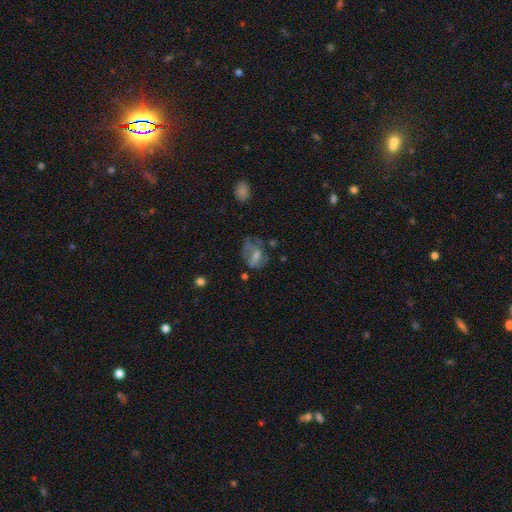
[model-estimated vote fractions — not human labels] A featured or disk galaxy (49%).

Vote fractions:
- Smooth or featured? featured or disk: 49% / smooth: 34% / star or artifact: 16%
- Merging? none: 48% / minor disturbance: 24% / major disturbance: 24% / merger: 5%